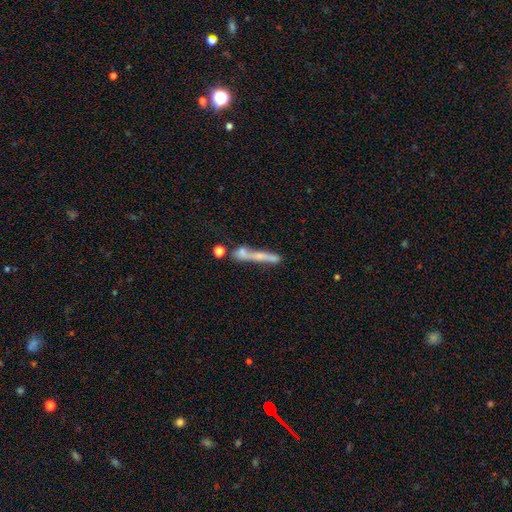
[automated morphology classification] smooth-or-featured: featured or disk: 48% | smooth: 39% | star or artifact: 13%
  merging: none: 47% | merger: 26% | minor disturbance: 16% | major disturbance: 11%